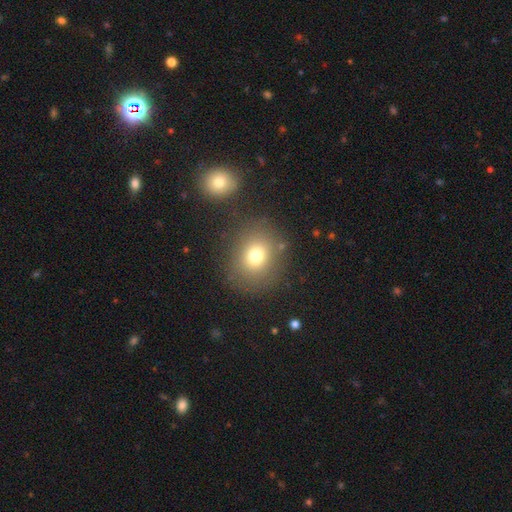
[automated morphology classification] Smooth or featured? smooth (74%)
How rounded? round (66%)
Merging? none (80%)